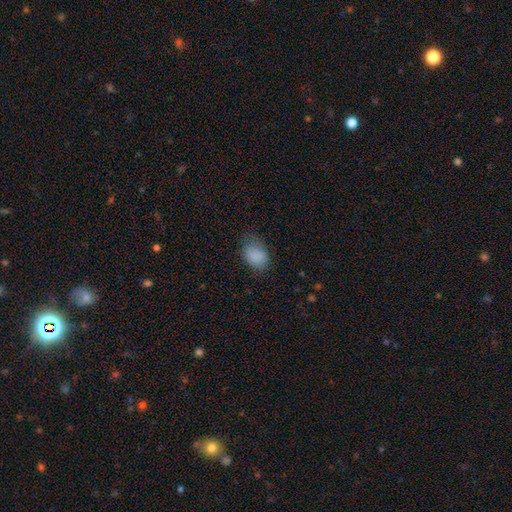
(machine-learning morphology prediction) Overall: smooth (87%). How rounded: in between (74%). Merging: none (65%; minor disturbance 26%).